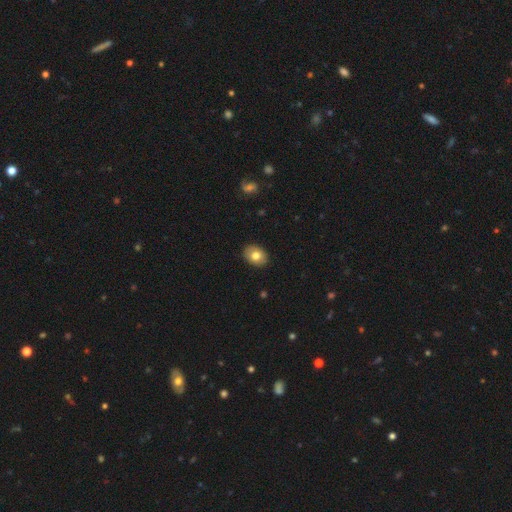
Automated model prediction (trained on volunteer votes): smooth 78%, featured or disk 14%, star or artifact 8%. Down the decision tree: how rounded — in between (69%); merging — none (89%).